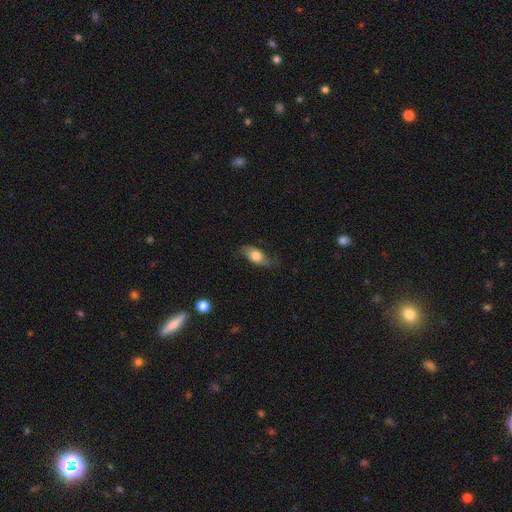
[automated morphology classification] Smooth or featured: smooth — 63% (featured or disk — 30%)
How rounded: in between — 85% (cigar-shaped — 8%)
Merging: none — 66% (minor disturbance — 24%)